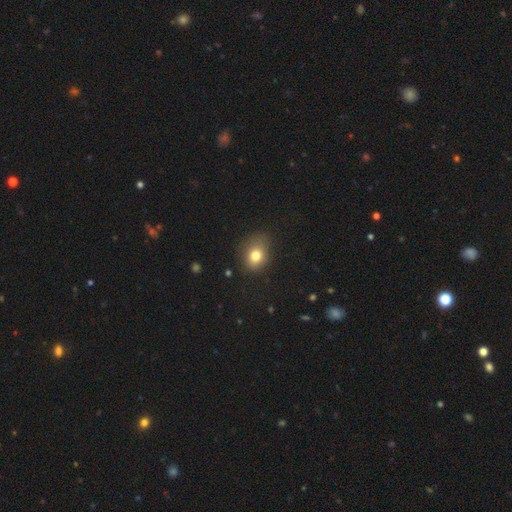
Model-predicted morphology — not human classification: This is likely a smooth galaxy (78%). How rounded: possibly in between (55%). Merging: likely none (67%).